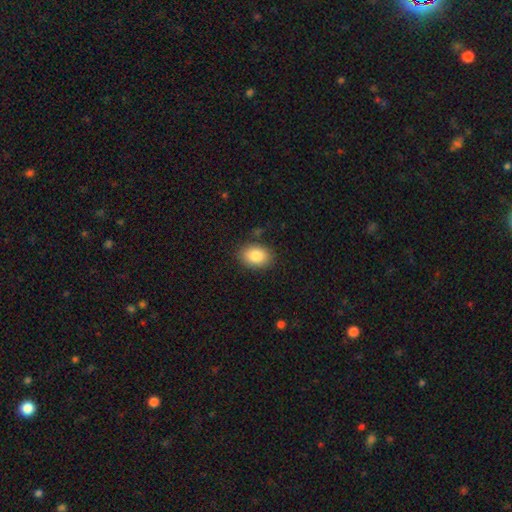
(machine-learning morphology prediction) Smooth or featured: smooth — 85% (star or artifact — 8%)
How rounded: in between — 77% (round — 22%)
Merging: none — 84% (minor disturbance — 11%)